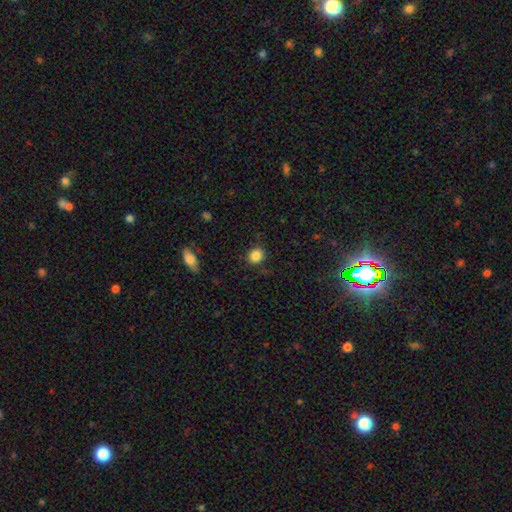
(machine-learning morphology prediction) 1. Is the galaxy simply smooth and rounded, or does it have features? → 86% smooth, 10% star or artifact, 4% featured or disk.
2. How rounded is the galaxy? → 77% round, 22% in between, 1% cigar-shaped.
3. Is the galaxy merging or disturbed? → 84% none, 11% minor disturbance, 3% major disturbance, 1% merger.